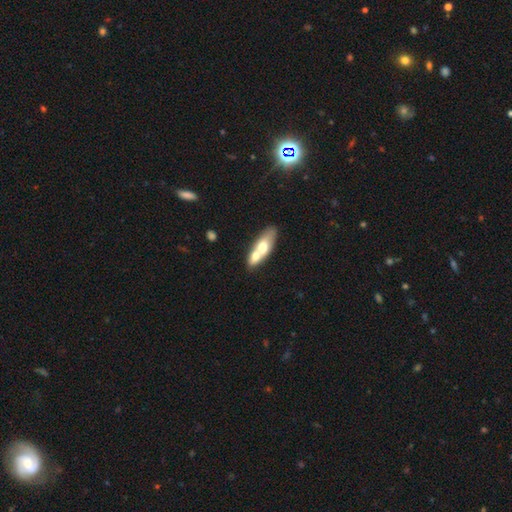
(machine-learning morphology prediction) This appears to be a smooth galaxy with no disk features (56%) that is in between round and cigar-shaped (66%). Merging: merger (57%).